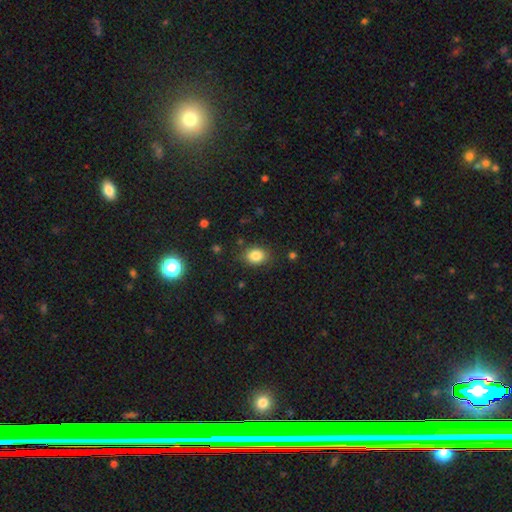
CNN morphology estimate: A smooth galaxy with no disk features (83%) that is in between round and cigar-shaped (56%).

Vote fractions:
- Smooth or featured? smooth: 83% / star or artifact: 10% / featured or disk: 6%
- How rounded? in between: 56% / round: 43% / cigar-shaped: 1%
- Merging? none: 84% / minor disturbance: 11% / major disturbance: 3% / merger: 2%